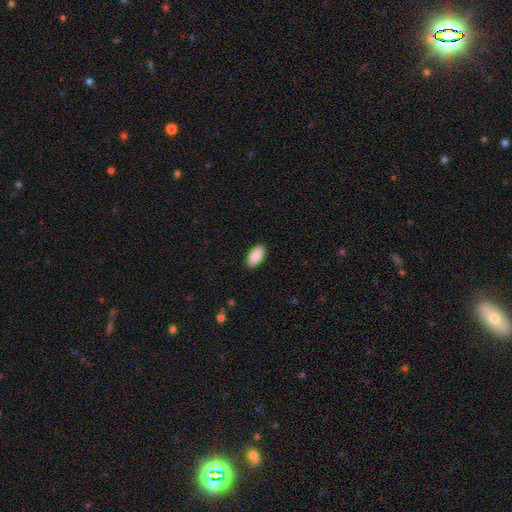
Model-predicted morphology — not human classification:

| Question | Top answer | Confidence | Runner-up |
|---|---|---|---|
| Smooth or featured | smooth | 90% | star or artifact (6%) |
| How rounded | in between | 95% | cigar-shaped (3%) |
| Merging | none | 90% | minor disturbance (7%) |